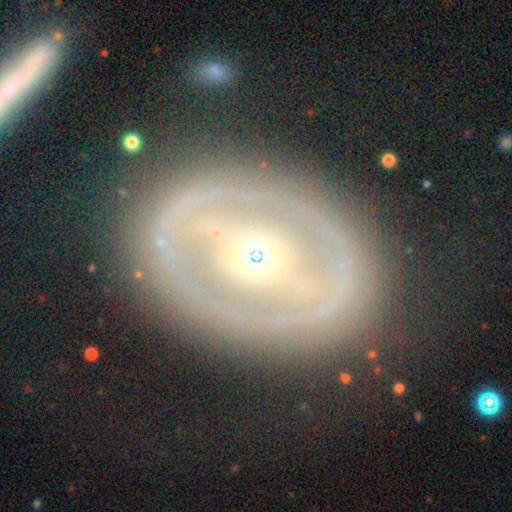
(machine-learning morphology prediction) type=featured or disk (78%); edge-on=no (93%); bar=no (38%); spiral arms=no (63%); bulge=small (50%); merging=none (76%).